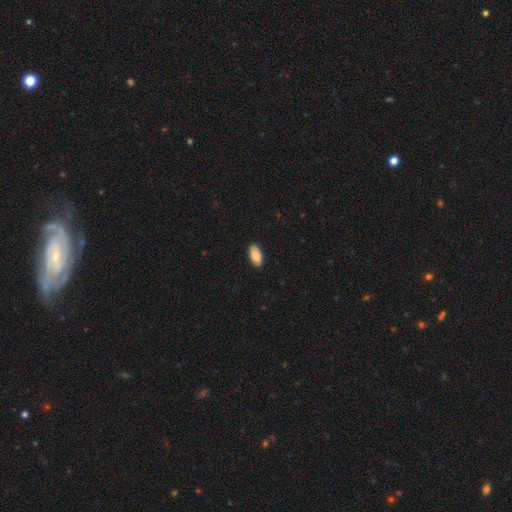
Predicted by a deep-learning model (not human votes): Smooth or featured? smooth (88%)
How rounded? in between (93%)
Merging? none (89%)